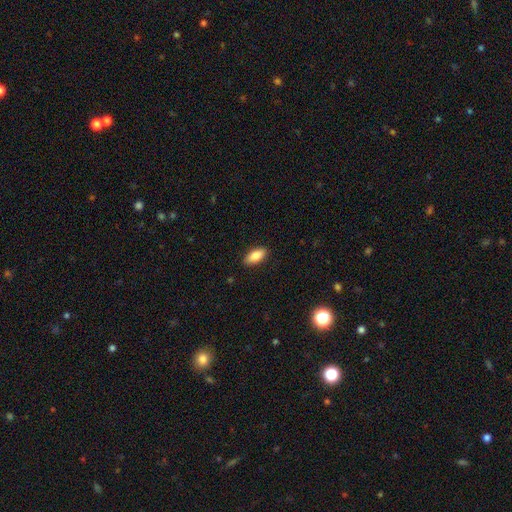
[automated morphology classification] This is clearly a smooth galaxy (85%). How rounded: clearly in between (87%). Merging: clearly none (89%).